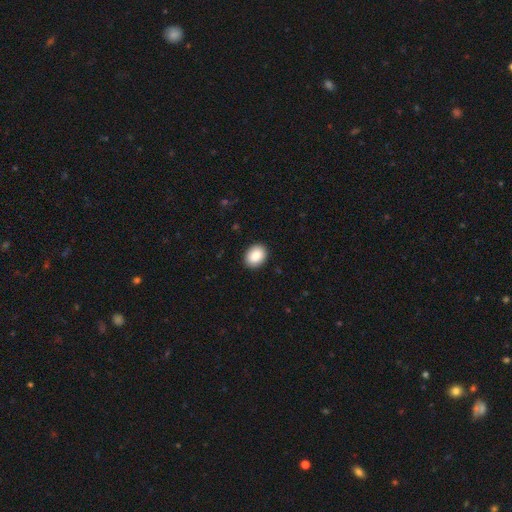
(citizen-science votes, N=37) smooth 92%, star or artifact 5%, featured or disk 3%. Down the decision tree: how rounded — in between (65%); merging — none (94%).